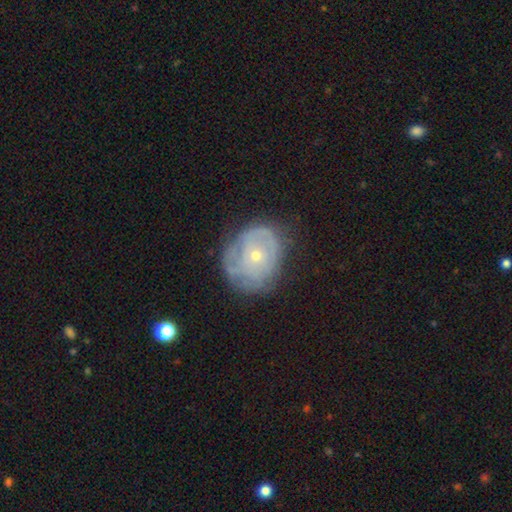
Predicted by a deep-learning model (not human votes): smooth_or_featured: featured or disk (p=0.64) [alt: smooth p=0.28]
disk_edge_on: no (p=0.96) [alt: yes p=0.04]
bar: no (p=0.87) [alt: weak p=0.11]
has_spiral_arms: yes (p=0.60) [alt: no p=0.40]
bulge_size: small (p=0.63) [alt: moderate p=0.34]
merging: none (p=0.59) [alt: minor disturbance p=0.26]